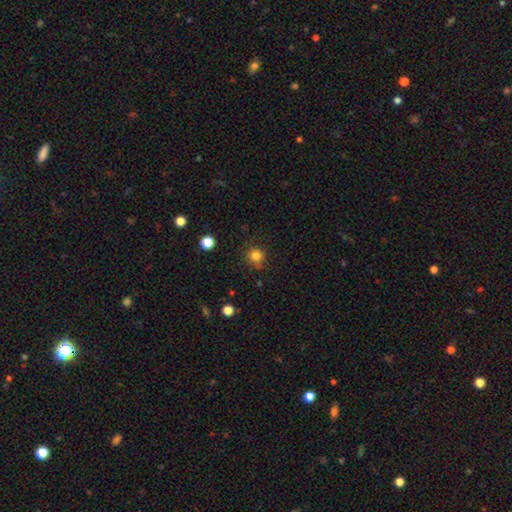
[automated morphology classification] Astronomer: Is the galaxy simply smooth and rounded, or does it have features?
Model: smooth — 82%.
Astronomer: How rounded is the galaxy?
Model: round — 92%.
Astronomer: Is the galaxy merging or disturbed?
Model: none — 82%.